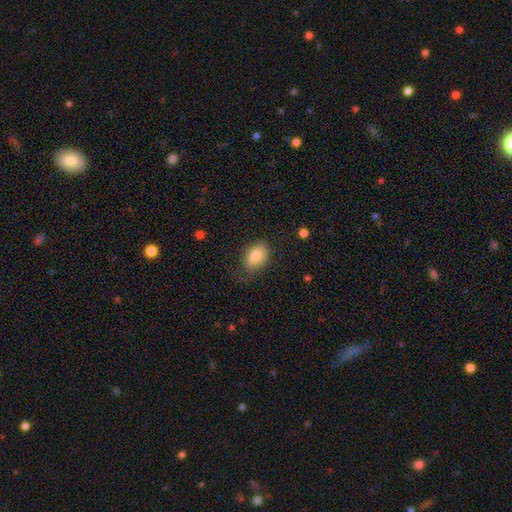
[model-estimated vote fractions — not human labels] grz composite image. It shows a smooth galaxy with no disk features (84%) that is in between round and cigar-shaped (84%). Merging: none (60%).